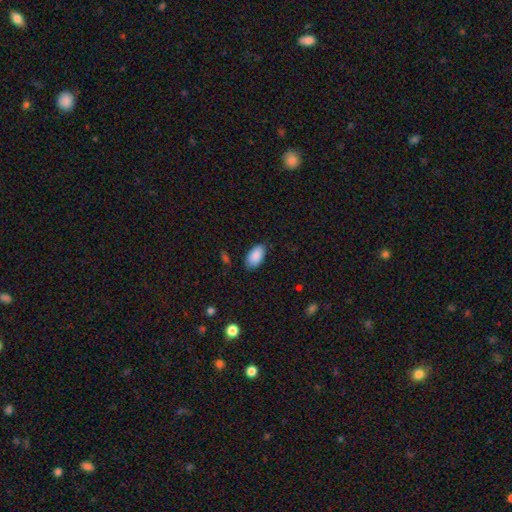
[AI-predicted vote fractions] A smooth galaxy with no disk features (89%) that is in between round and cigar-shaped (95%). Merging: none (81%).